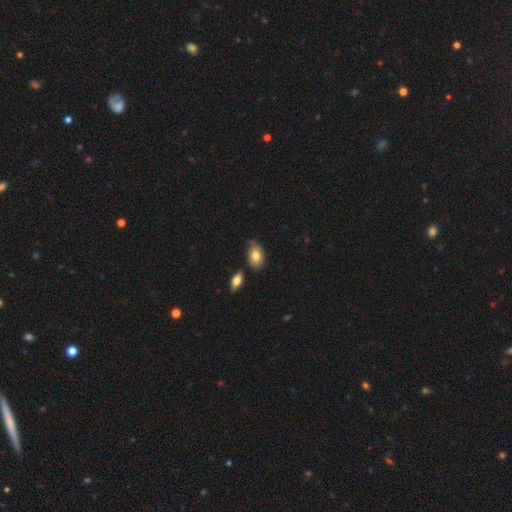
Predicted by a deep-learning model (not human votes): Smooth or featured: smooth — 78% (featured or disk — 15%)
How rounded: in between — 85% (round — 13%)
Merging: none — 62% (minor disturbance — 26%)